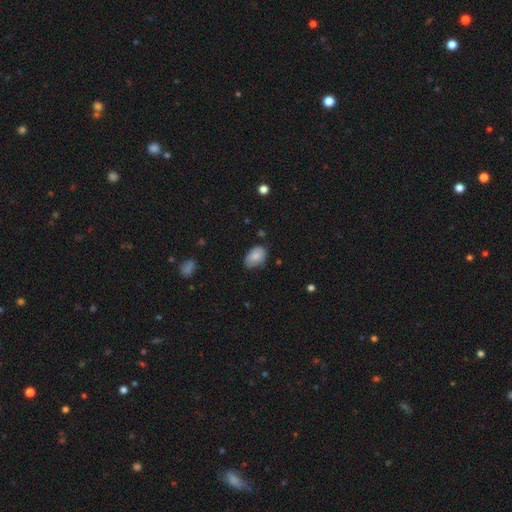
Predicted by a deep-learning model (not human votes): Smooth or featured? smooth (80%)
How rounded? in between (88%)
Merging? none (64%)